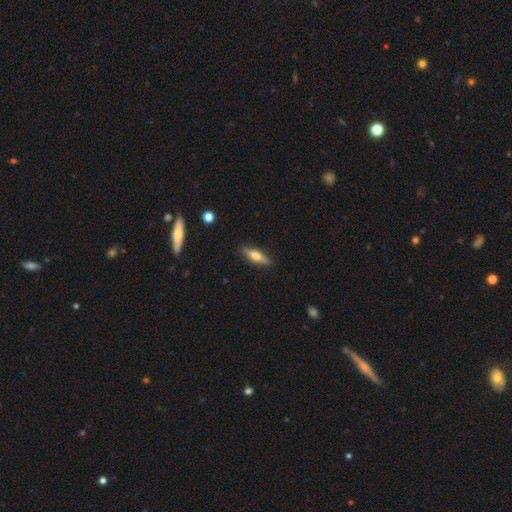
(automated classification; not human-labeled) A smooth galaxy with no disk features (53%) that is cigar-shaped (59%).

Vote fractions:
- Smooth or featured? smooth: 53% / featured or disk: 41% / star or artifact: 6%
- How rounded? cigar-shaped: 59% / in between: 39% / round: 3%
- Merging? none: 87% / minor disturbance: 10% / major disturbance: 2% / merger: 1%